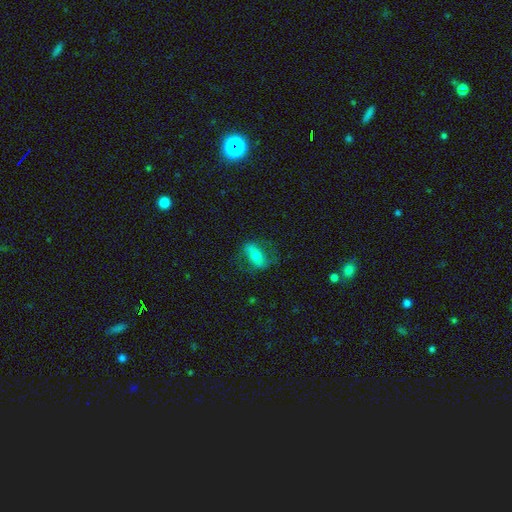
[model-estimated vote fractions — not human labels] Q: Smooth or featured?
A: smooth (53%); runner-up: featured or disk (39%)
Q: How rounded?
A: in between (82%); runner-up: cigar-shaped (10%)
Q: Merging?
A: none (68%); runner-up: minor disturbance (19%)